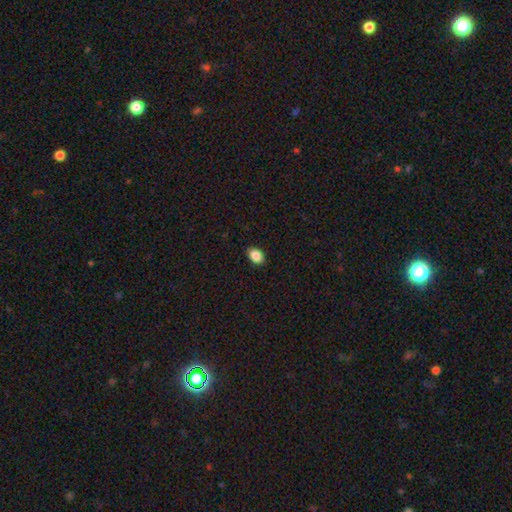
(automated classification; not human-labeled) Smooth or featured? Predicted: smooth (p=0.87). How rounded? Predicted: in between (p=0.81). Merging? Predicted: none (p=0.89).